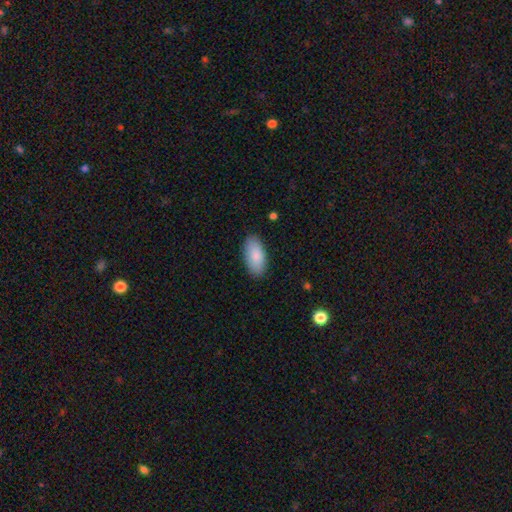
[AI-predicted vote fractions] smooth 87%, featured or disk 7%, star or artifact 6%. Down the decision tree: how rounded — in between (94%); merging — none (87%).